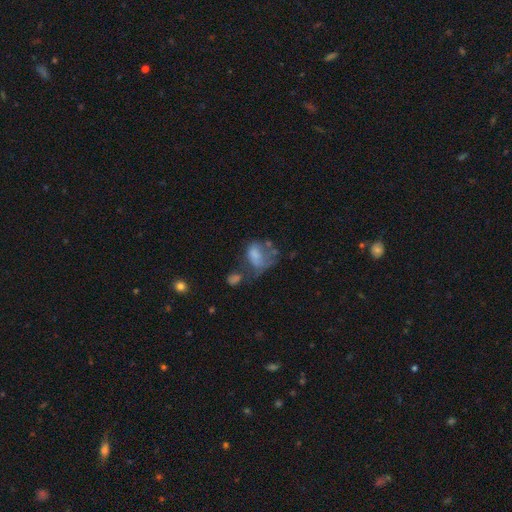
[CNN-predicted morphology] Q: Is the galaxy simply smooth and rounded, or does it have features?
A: smooth — 53%.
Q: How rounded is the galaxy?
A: in between — 71%.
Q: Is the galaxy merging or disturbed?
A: major disturbance — 41%.